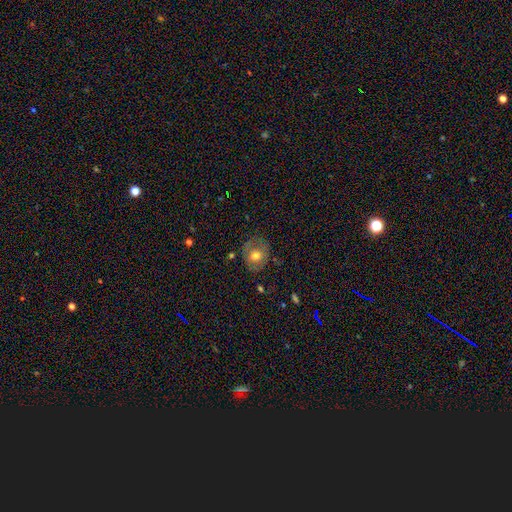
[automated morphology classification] Overall: smooth (60%; featured or disk 31%). How rounded: round (66%; in between 33%). Merging: none (68%).